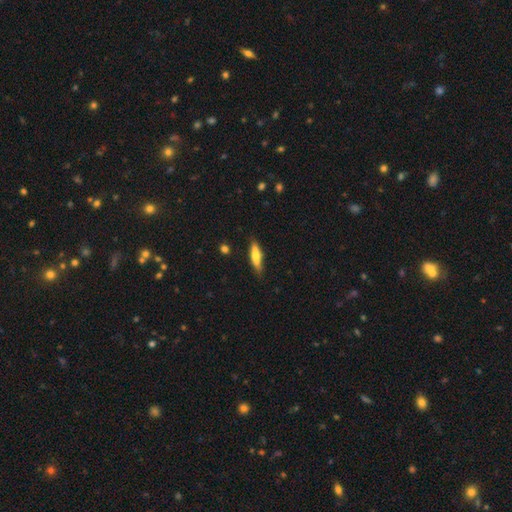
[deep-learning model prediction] Morphology: type=smooth (69%); roundness=cigar-shaped (72%); merging=none (79%).